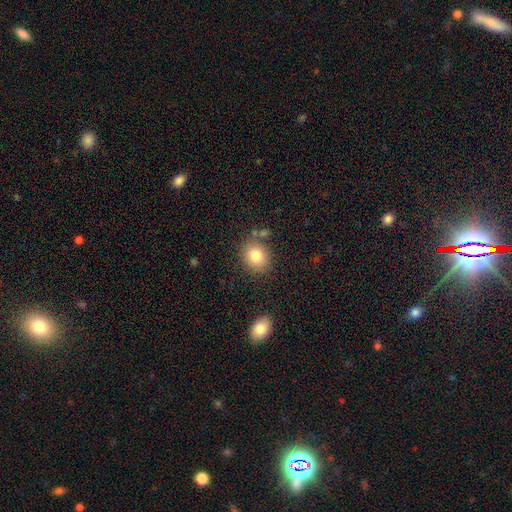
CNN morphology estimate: Q: Smooth or featured?
A: smooth (81%); runner-up: star or artifact (10%)
Q: How rounded?
A: round (70%); runner-up: in between (30%)
Q: Merging?
A: none (77%); runner-up: minor disturbance (13%)